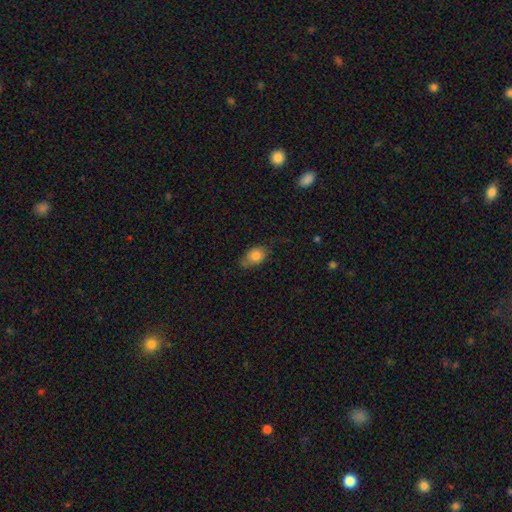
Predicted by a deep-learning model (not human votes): Smooth or featured? smooth (81%)
How rounded? in between (75%)
Merging? none (56%)